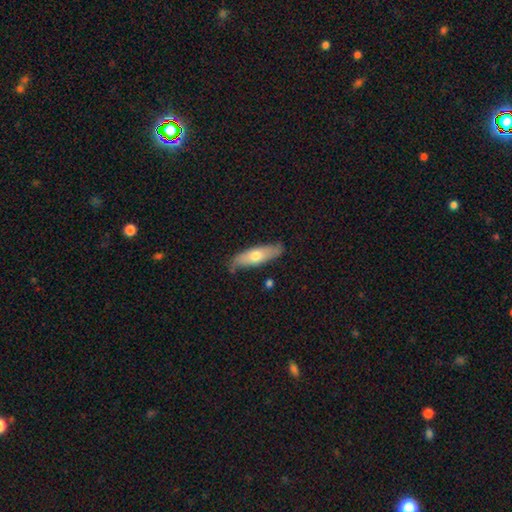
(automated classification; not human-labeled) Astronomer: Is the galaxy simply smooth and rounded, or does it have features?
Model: smooth — 61%.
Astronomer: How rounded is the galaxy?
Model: cigar-shaped — 51% (runner-up: in between, 47%).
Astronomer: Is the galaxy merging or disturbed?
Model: none — 76%.